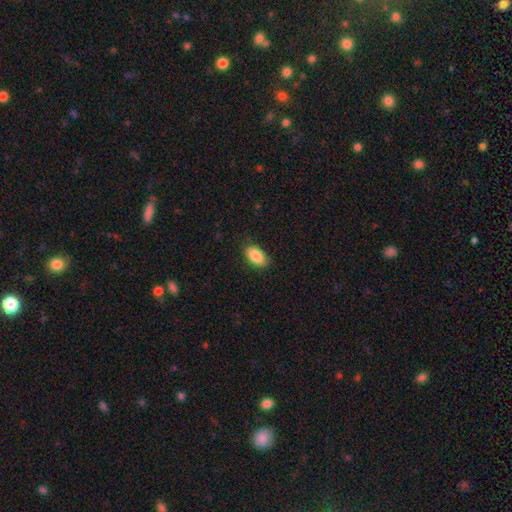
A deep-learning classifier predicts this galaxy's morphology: The model was most divided on "merging": none: 83%, minor disturbance: 14%, major disturbance: 3%, merger: 1%. More confident: how rounded — in between (93%); smooth or featured — smooth (87%).